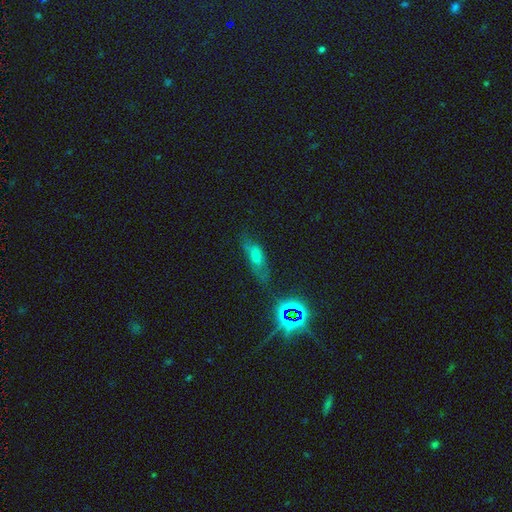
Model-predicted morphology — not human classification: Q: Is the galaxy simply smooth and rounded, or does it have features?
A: smooth — 45%.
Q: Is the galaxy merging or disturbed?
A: none — 56%.